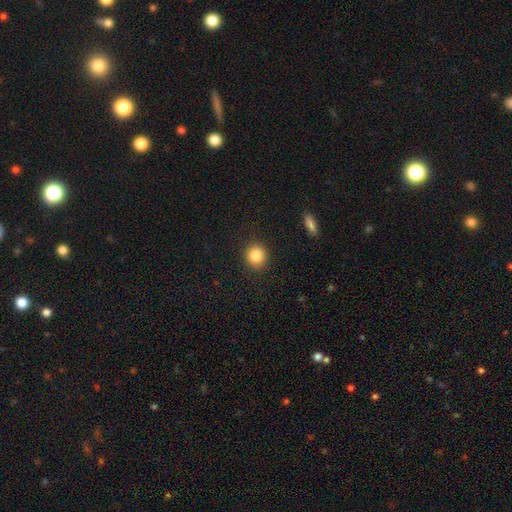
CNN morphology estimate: Overall: smooth (86%). How rounded: round (87%). Merging: none (90%).